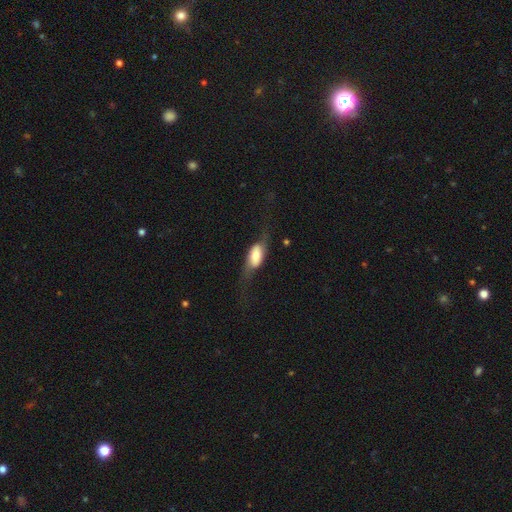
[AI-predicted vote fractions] A smooth galaxy with no disk features (48%).

Vote fractions:
- Smooth or featured? smooth: 48% / featured or disk: 44% / star or artifact: 7%
- Merging? none: 48% / major disturbance: 28% / minor disturbance: 22% / merger: 2%